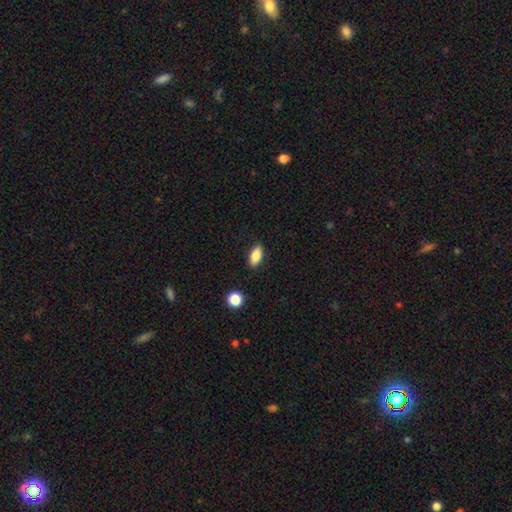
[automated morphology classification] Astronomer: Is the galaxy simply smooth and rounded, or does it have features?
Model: smooth — 85%.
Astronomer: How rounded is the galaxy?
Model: in between — 89%.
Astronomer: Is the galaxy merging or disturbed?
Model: none — 85%.